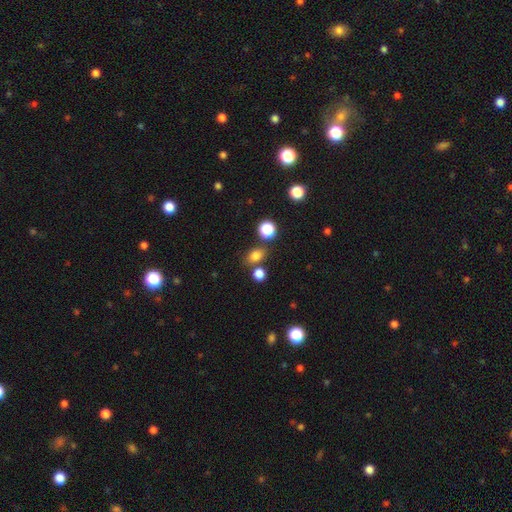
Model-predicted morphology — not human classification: smooth_or_featured: smooth (p=0.78) [alt: star or artifact p=0.16]
how_rounded: in between (p=0.58) [alt: round p=0.40]
merging: none (p=0.71) [alt: merger p=0.14]